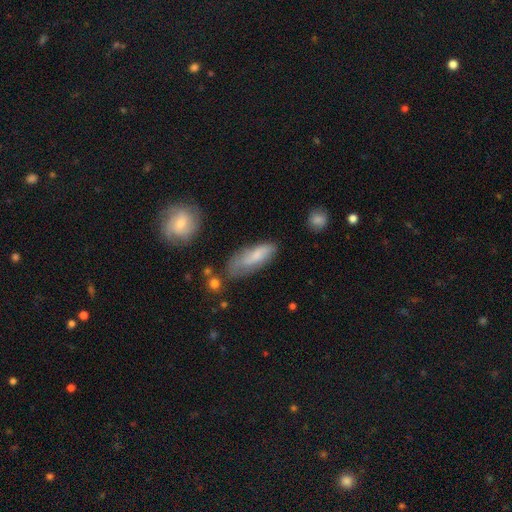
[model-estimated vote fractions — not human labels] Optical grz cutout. It shows a smooth galaxy with no disk features (68%) that is in between round and cigar-shaped (63%). Merging: none (52%).